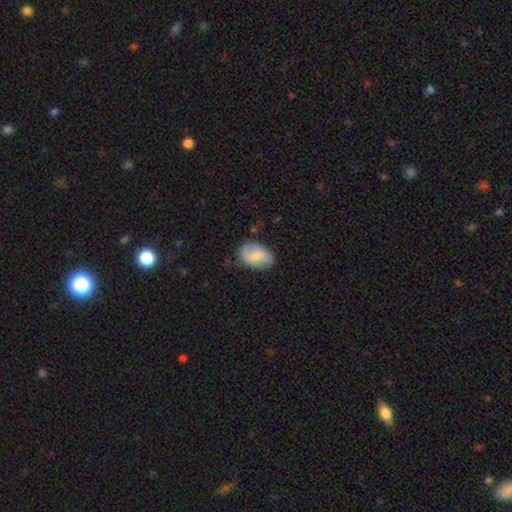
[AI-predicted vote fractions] The model was most divided on "smooth or featured": smooth: 62%, featured or disk: 31%, star or artifact: 7%. More confident: how rounded — in between (87%); merging — none (70%).